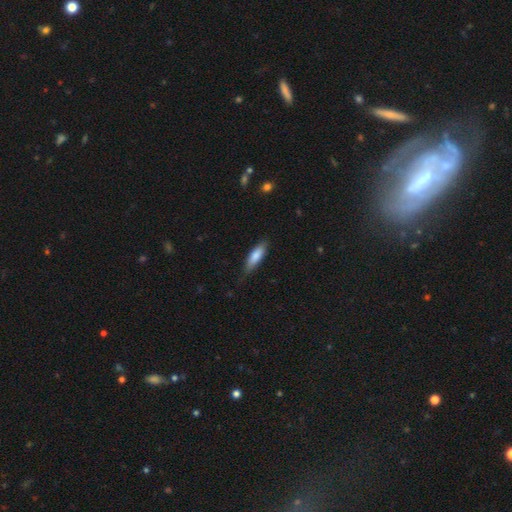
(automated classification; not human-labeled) Q: Smooth or featured?
A: smooth (80%); runner-up: featured or disk (15%)
Q: How rounded?
A: cigar-shaped (57%); runner-up: in between (41%)
Q: Merging?
A: none (78%); runner-up: minor disturbance (18%)